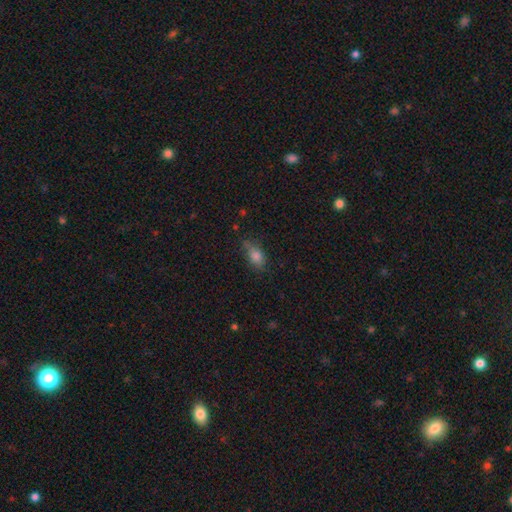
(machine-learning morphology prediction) Smooth or featured? smooth (78%)
How rounded? in between (81%)
Merging? none (58%)